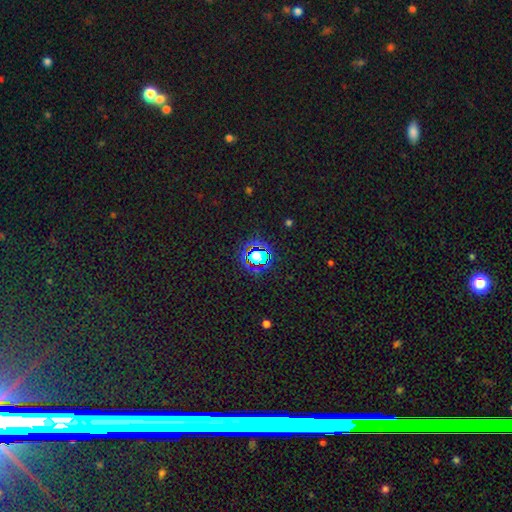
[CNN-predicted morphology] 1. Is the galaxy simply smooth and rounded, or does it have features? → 65% star or artifact, 24% smooth, 11% featured or disk.